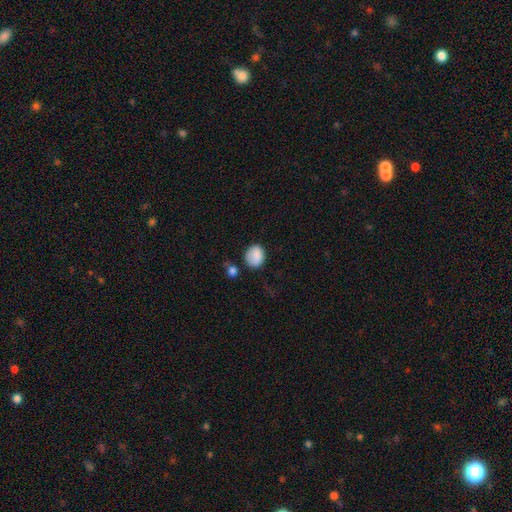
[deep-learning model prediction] Smooth or featured?
  - smooth: 86% *
  - star or artifact: 8%
  - featured or disk: 6%
How rounded?
  - round: 53% *
  - in between: 46%
  - cigar-shaped: 1%
Merging?
  - none: 69% *
  - minor disturbance: 21%
  - major disturbance: 6%
  - merger: 5%